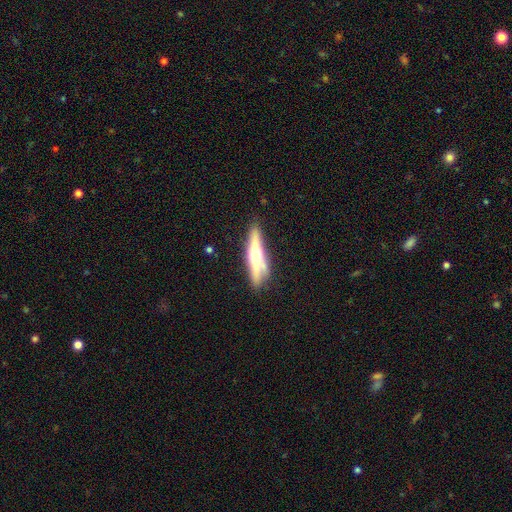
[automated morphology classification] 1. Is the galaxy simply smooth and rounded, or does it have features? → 58% featured or disk, 36% smooth, 6% star or artifact.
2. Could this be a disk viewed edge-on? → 91% yes, 9% no.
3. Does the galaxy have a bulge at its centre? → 88% rounded, 6% none, 6% boxy.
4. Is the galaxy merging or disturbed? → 70% none, 18% minor disturbance, 7% merger, 6% major disturbance.